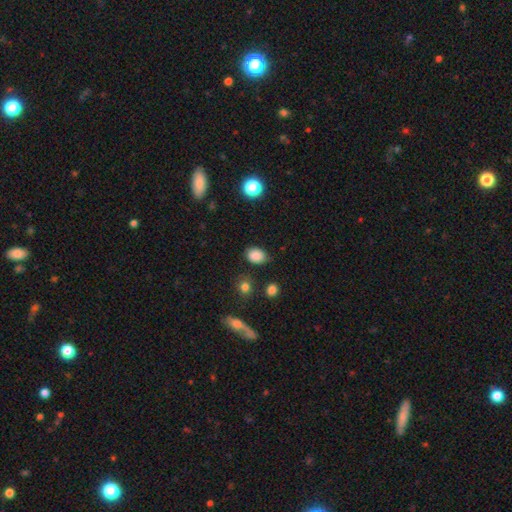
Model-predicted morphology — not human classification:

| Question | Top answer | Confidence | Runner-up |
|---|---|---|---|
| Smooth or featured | smooth | 85% | star or artifact (10%) |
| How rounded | in between | 70% | round (29%) |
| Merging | none | 78% | minor disturbance (16%) |